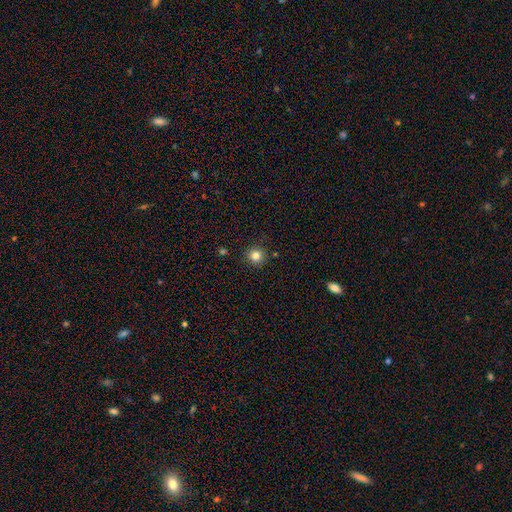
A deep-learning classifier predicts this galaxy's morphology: This is clearly a smooth galaxy (82%). How rounded: clearly round (94%). Merging: clearly none (90%).